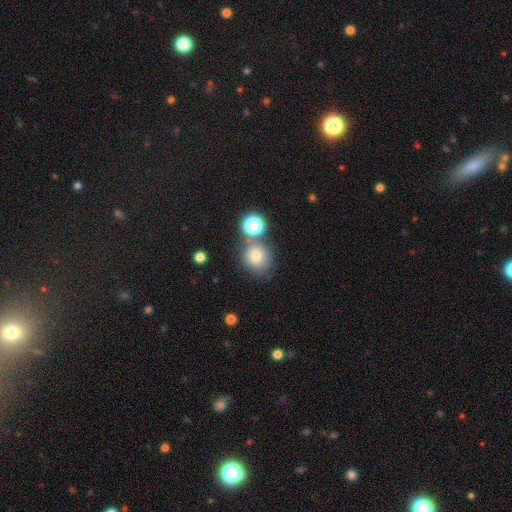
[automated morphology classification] A smooth galaxy with no disk features (75%) that is round (84%). Merging: none (62%).